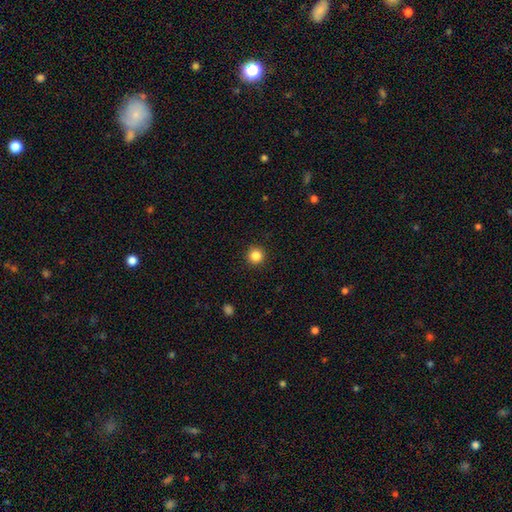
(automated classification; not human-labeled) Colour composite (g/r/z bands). It shows a smooth galaxy with no disk features (85%) that is round (96%). Merging: none (93%).